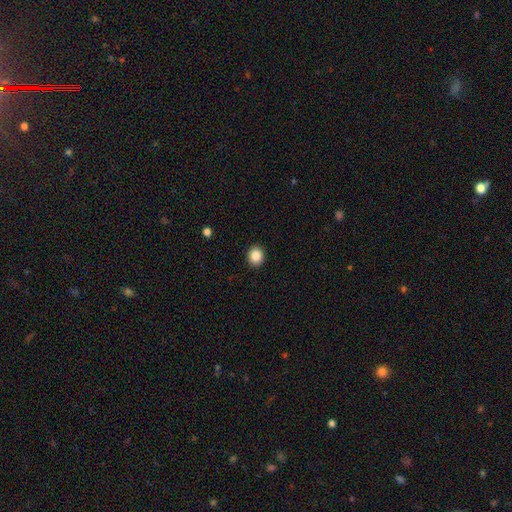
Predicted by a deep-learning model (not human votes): Smooth or featured: smooth — 87% (star or artifact — 9%)
How rounded: round — 82% (in between — 17%)
Merging: none — 92% (minor disturbance — 5%)